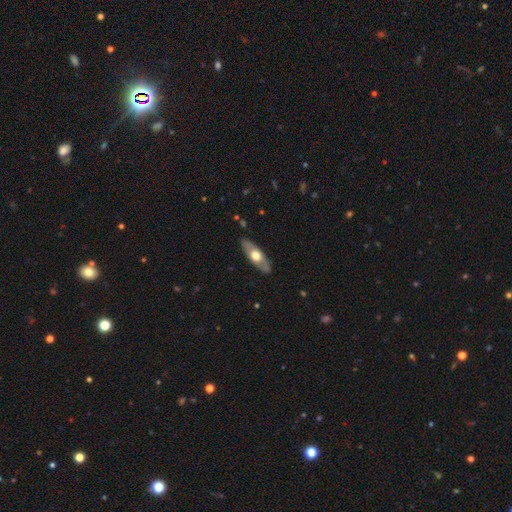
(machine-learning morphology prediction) type=featured or disk (49%); merging=none (85%).